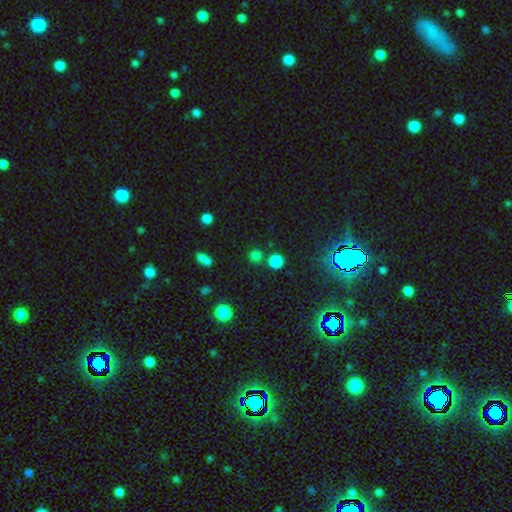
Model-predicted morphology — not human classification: This is likely a smooth galaxy (73%). How rounded: clearly round (91%). Merging: likely none (75%).